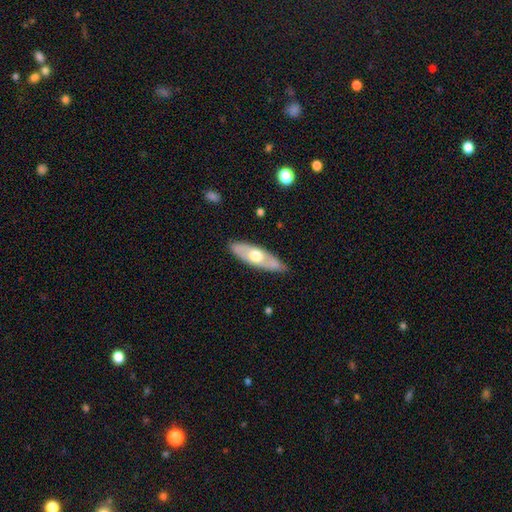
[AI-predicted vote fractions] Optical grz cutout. It shows a featured or disk galaxy (48%). Merging: none (81%).